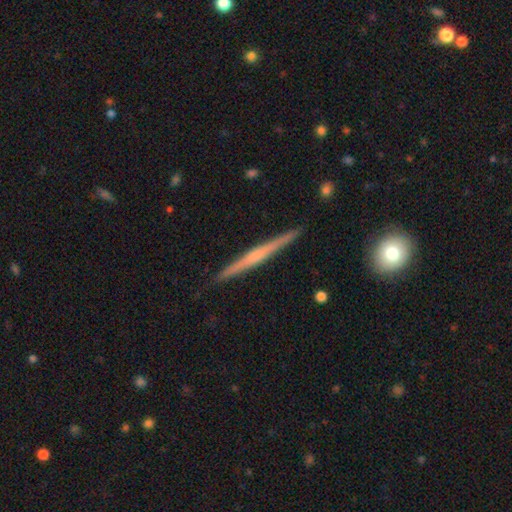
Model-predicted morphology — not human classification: smooth-or-featured: featured or disk: 65% | smooth: 29% | star or artifact: 6%
  disk-edge-on: yes: 98% | no: 2%
    edge-on-bulge: none: 48% | rounded: 41% | boxy: 11%
  merging: none: 91% | minor disturbance: 7% | major disturbance: 1% | merger: 1%